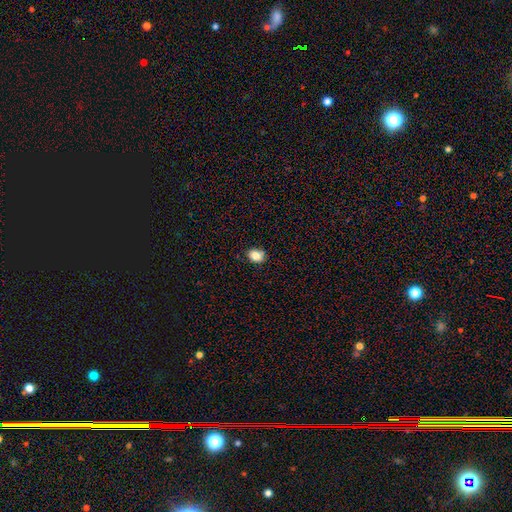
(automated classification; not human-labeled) Smooth or featured?
  - smooth: 84% *
  - star or artifact: 10%
  - featured or disk: 6%
How rounded?
  - in between: 63% *
  - round: 36%
  - cigar-shaped: 1%
Merging?
  - none: 79% *
  - minor disturbance: 15%
  - merger: 3%
  - major disturbance: 3%